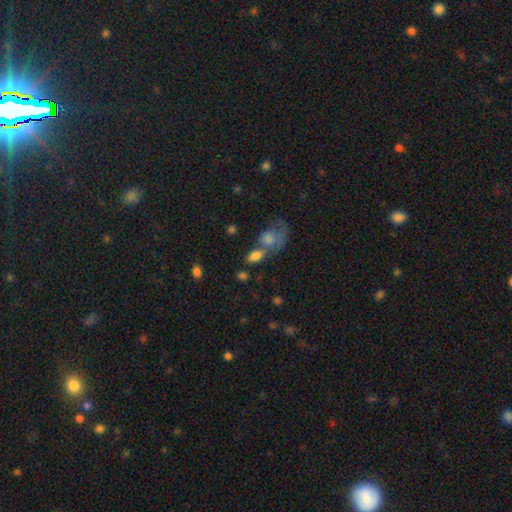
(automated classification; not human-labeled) This is likely a smooth galaxy (76%). How rounded: clearly in between (82%). Merging: marginally merger (40%).